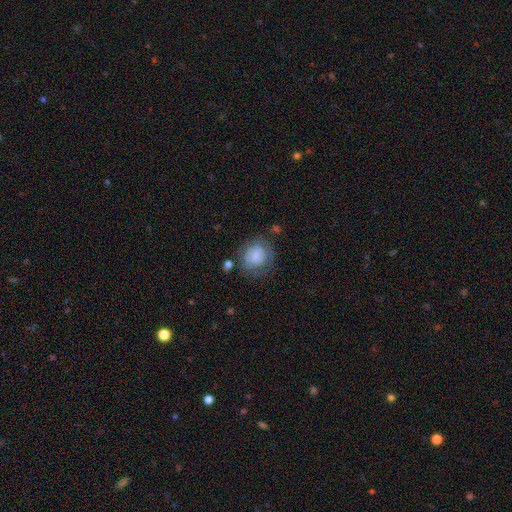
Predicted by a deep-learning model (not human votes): Q: Smooth or featured?
A: smooth (65%); runner-up: featured or disk (27%)
Q: How rounded?
A: round (71%); runner-up: in between (28%)
Q: Merging?
A: none (61%); runner-up: minor disturbance (22%)